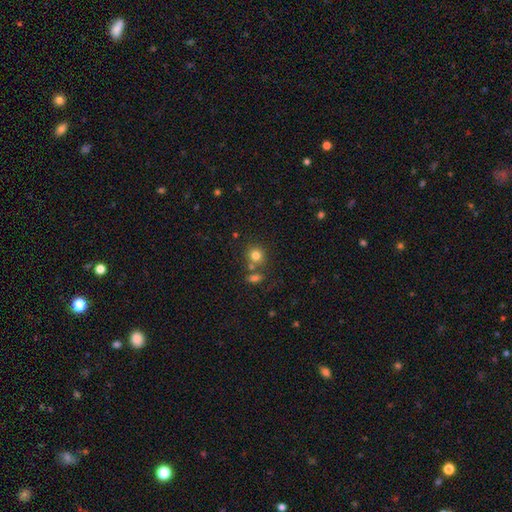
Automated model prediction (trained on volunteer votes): Smooth or featured: smooth — 80% (star or artifact — 13%)
How rounded: round — 84% (in between — 15%)
Merging: none — 68% (merger — 19%)